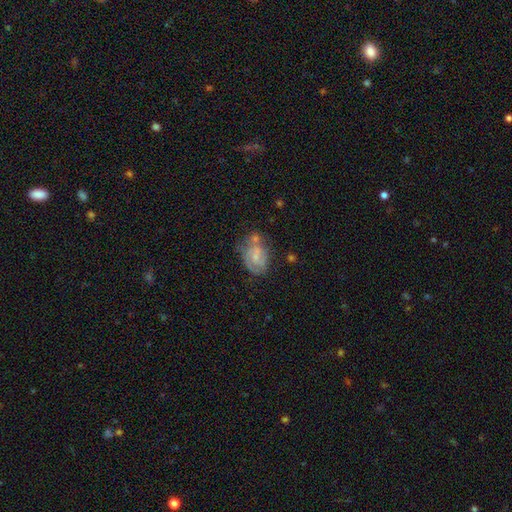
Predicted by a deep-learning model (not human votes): Smooth or featured?
  - featured or disk: 54% *
  - smooth: 38%
  - star or artifact: 8%
Edge-on disk?
  - no: 97% *
  - yes: 3%
Bar?
  - no: 56% *
  - weak: 37%
  - strong: 7%
Spiral arms?
  - yes: 71% *
  - no: 29%
Bulge size?
  - small: 54% *
  - moderate: 27%
  - none: 15%
  - large: 2%
  - dominant: 1%
Merging?
  - none: 44% *
  - minor disturbance: 25%
  - merger: 17%
  - major disturbance: 14%